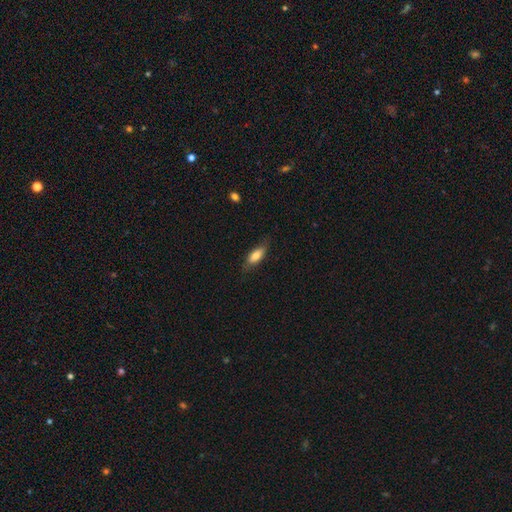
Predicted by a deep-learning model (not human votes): Morphology: type=smooth (75%); roundness=in between (71%); merging=none (74%).